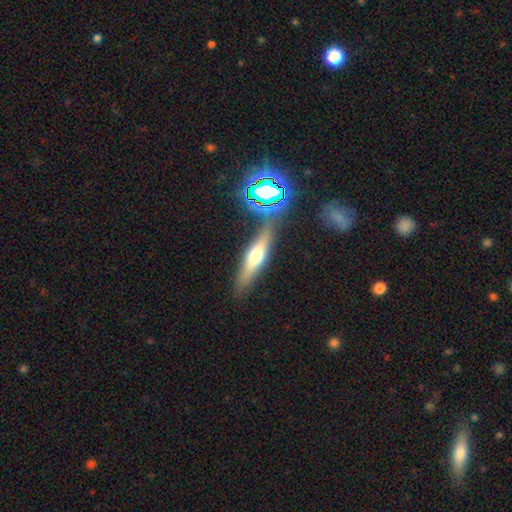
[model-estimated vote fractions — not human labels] Smooth or featured? Predicted: featured or disk (p=0.46). Merging? Predicted: none (p=0.77).